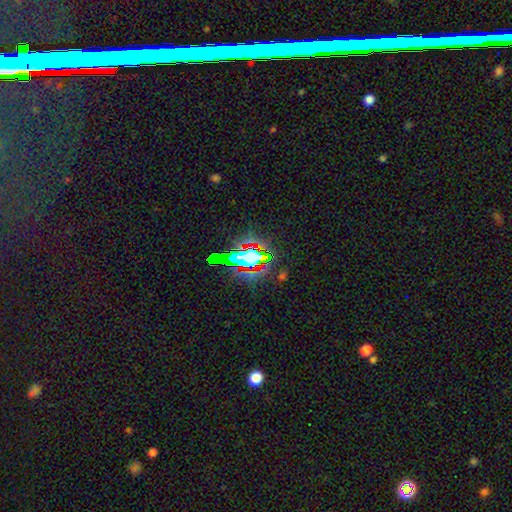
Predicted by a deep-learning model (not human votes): This appears to be a star or artifact, not a galaxy (57%).